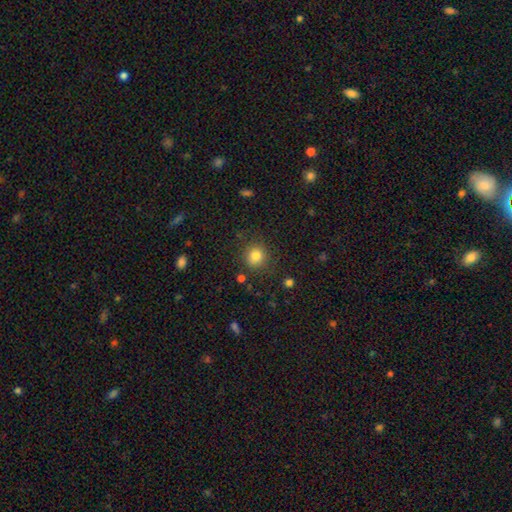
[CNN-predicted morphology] Smooth or featured? Predicted: smooth (p=0.81). How rounded? Predicted: round (p=0.89). Merging? Predicted: none (p=0.86).